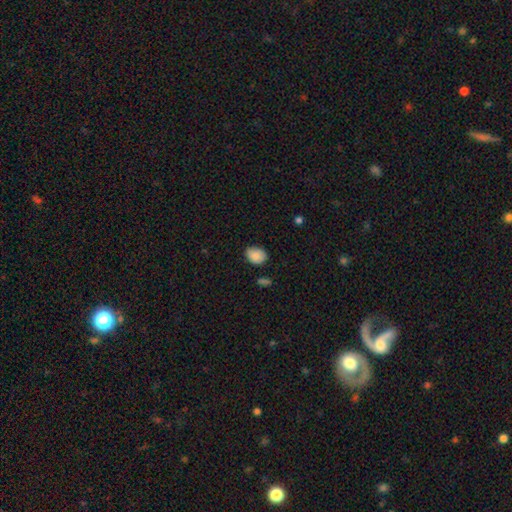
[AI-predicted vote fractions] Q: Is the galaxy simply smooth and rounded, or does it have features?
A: smooth — 88%.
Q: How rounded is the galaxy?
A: in between — 59%.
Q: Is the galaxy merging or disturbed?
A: none — 71%.